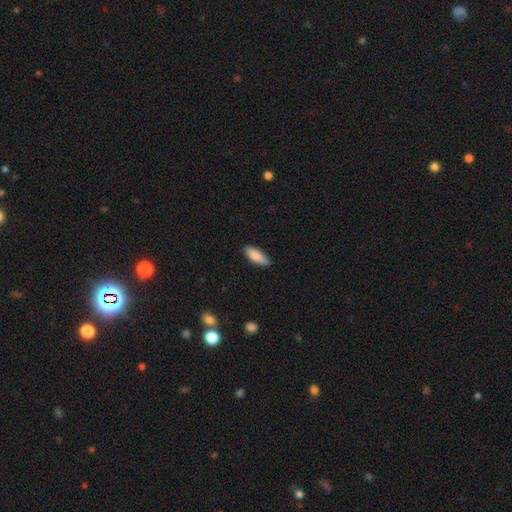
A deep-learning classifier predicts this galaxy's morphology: A smooth galaxy with no disk features (86%) that is in between round and cigar-shaped (72%).

Vote fractions:
- Smooth or featured? smooth: 86% / featured or disk: 8% / star or artifact: 6%
- How rounded? in between: 72% / cigar-shaped: 26% / round: 2%
- Merging? none: 87% / minor disturbance: 10% / major disturbance: 2% / merger: 1%